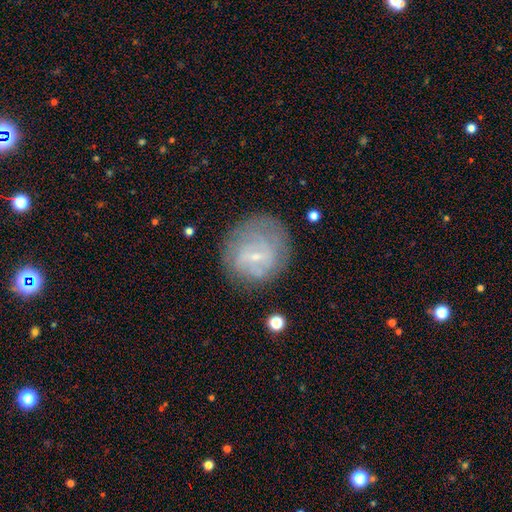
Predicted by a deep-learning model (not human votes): The model was most divided on "bar": weak: 53%, no: 32%, strong: 15%. More confident: edge-on disk — no (96%); bulge size — small (77%); merging — none (68%); spiral arms — yes (62%); smooth or featured — featured or disk (57%).